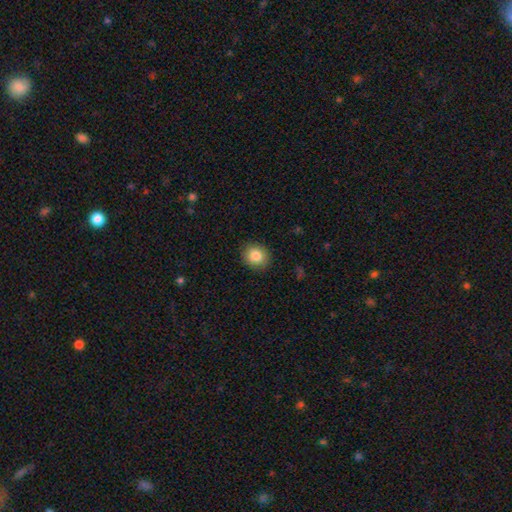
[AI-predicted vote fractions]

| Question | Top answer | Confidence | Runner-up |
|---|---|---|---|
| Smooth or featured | smooth | 85% | star or artifact (9%) |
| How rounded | round | 78% | in between (21%) |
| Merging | none | 89% | minor disturbance (8%) |